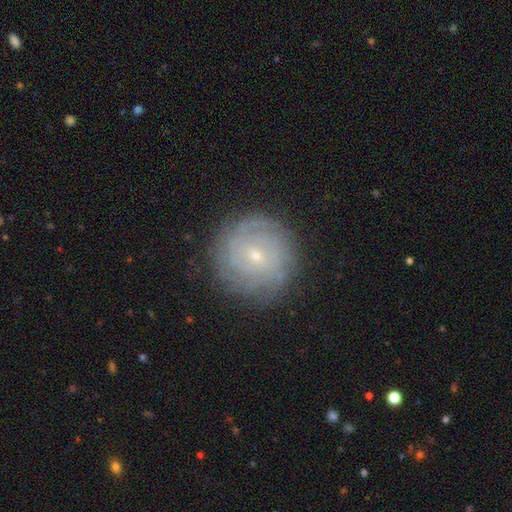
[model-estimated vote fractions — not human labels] featured or disk 66%, smooth 25%, star or artifact 10%. Down the decision tree: edge-on disk — no (97%); bar — no (64%); spiral arms — yes (84%); spiral arm count — can't tell (53%); spiral winding — tight (77%); bulge size — small (78%); merging — none (84%).